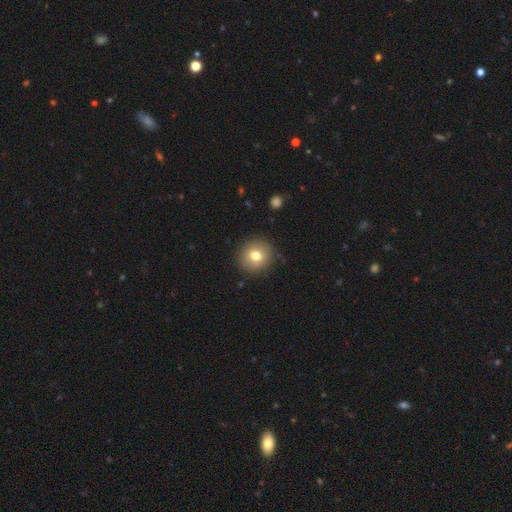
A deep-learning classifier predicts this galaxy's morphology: smooth-or-featured: smooth: 75% | featured or disk: 14% | star or artifact: 11%
  how-rounded: round: 91% | in between: 8% | cigar-shaped: 1%
  merging: none: 89% | minor disturbance: 7% | major disturbance: 2% | merger: 1%